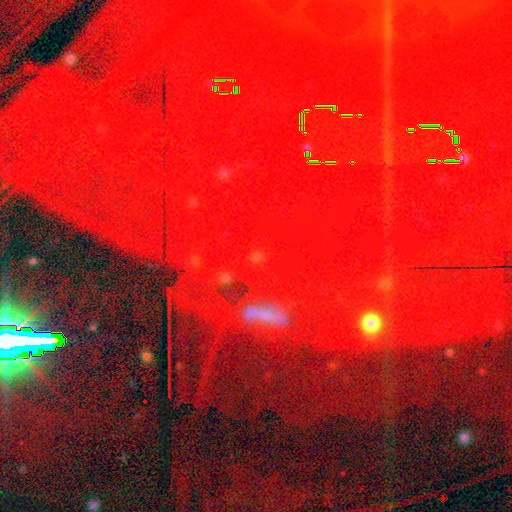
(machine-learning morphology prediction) type=star or artifact (74%).